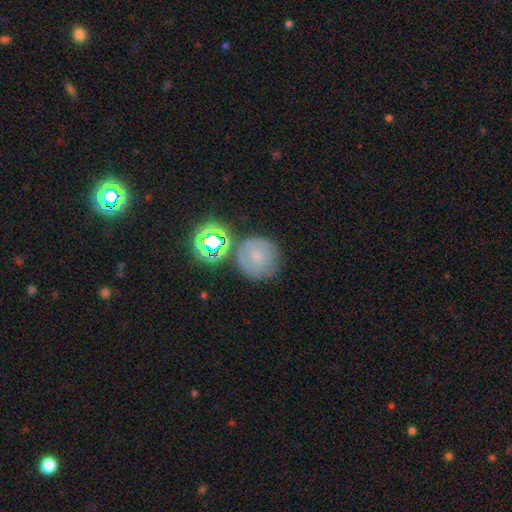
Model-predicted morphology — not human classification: smooth-or-featured: smooth: 42% | featured or disk: 35% | star or artifact: 23%
  merging: none: 70% | minor disturbance: 15% | merger: 10% | major disturbance: 5%